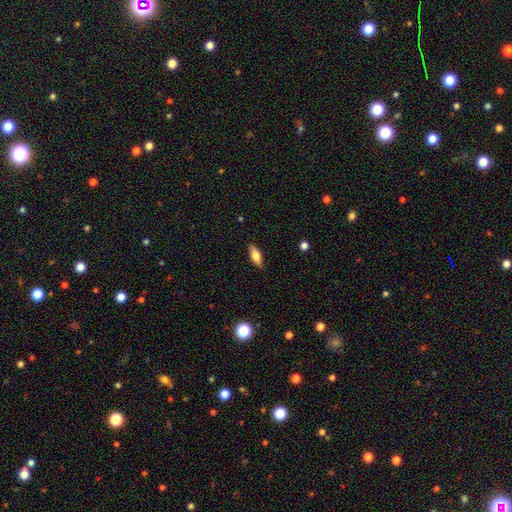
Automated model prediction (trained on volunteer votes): Smooth or featured? smooth (69%)
How rounded? in between (77%)
Merging? none (85%)